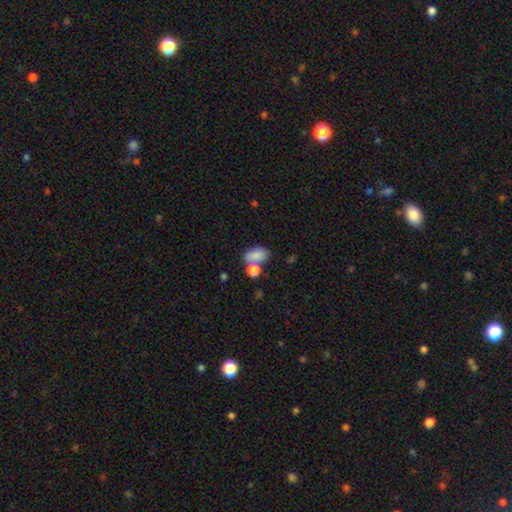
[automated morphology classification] smooth-or-featured: smooth: 82% | star or artifact: 9% | featured or disk: 9%
  how-rounded: in between: 86% | round: 12% | cigar-shaped: 2%
  merging: none: 42% | merger: 37% | minor disturbance: 14% | major disturbance: 7%